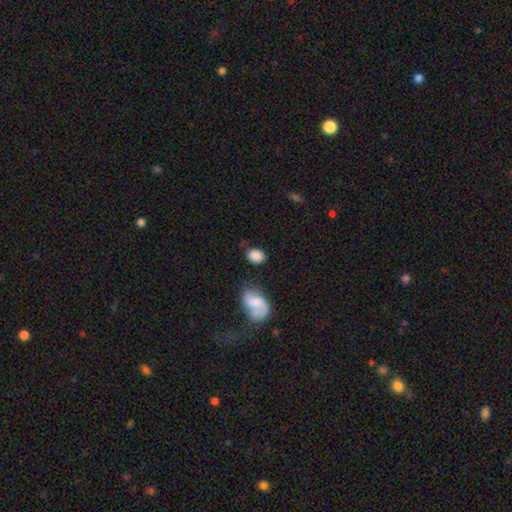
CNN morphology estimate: Overall: smooth (83%). How rounded: in between (70%). Merging: none (66%).